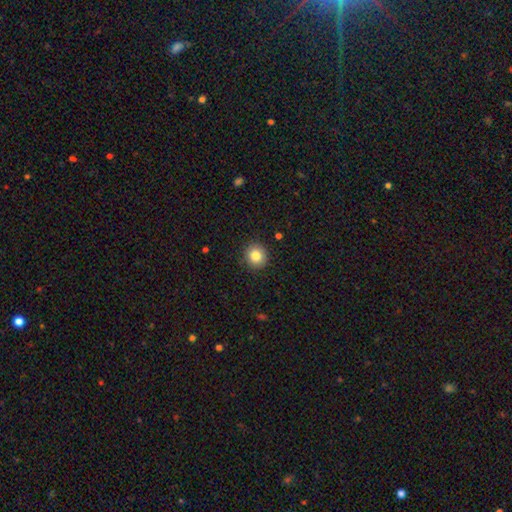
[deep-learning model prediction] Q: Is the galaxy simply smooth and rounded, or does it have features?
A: smooth — 84%.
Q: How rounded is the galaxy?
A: round — 90%.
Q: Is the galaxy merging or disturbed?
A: none — 90%.